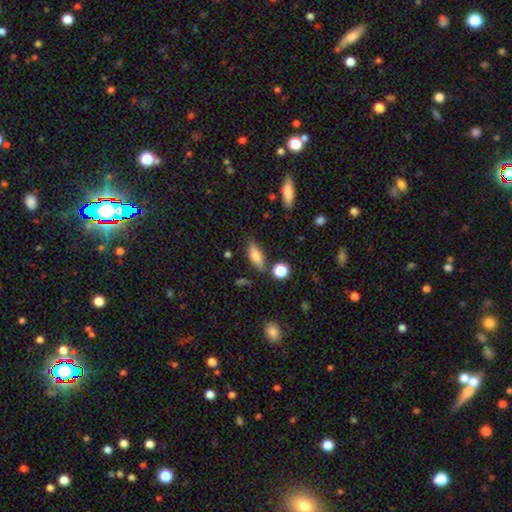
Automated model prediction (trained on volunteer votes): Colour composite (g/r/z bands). It shows a smooth galaxy with no disk features (70%) that is in between round and cigar-shaped (68%). Merging: none (77%).